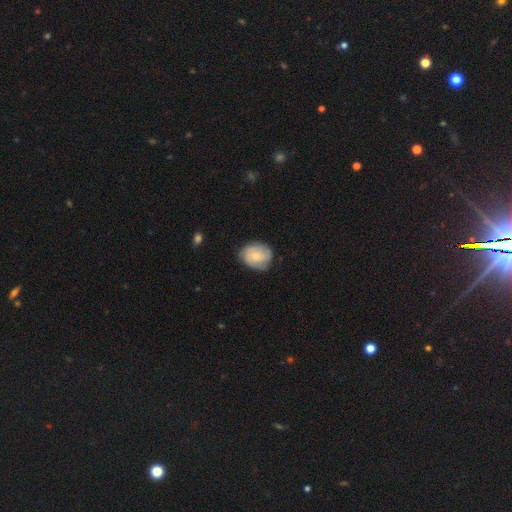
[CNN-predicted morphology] Smooth or featured?
  - smooth: 55% *
  - featured or disk: 39%
  - star or artifact: 7%
How rounded?
  - round: 53% *
  - in between: 46%
  - cigar-shaped: 1%
Merging?
  - none: 68% *
  - minor disturbance: 25%
  - major disturbance: 6%
  - merger: 1%